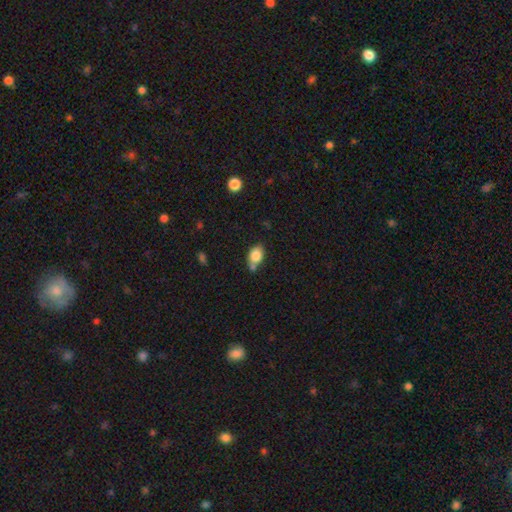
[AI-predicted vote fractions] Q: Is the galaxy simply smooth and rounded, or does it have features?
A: smooth — 81%.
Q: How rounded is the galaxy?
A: in between — 74%.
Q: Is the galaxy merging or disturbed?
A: none — 53%.